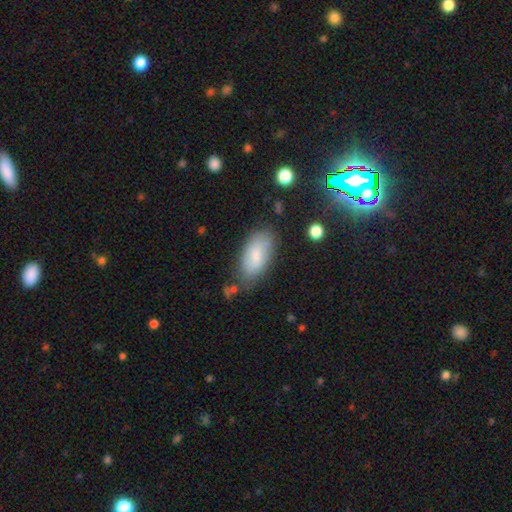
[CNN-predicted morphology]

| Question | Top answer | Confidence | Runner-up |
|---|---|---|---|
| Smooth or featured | smooth | 77% | featured or disk (16%) |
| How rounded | in between | 91% | cigar-shaped (7%) |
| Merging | none | 71% | minor disturbance (20%) |